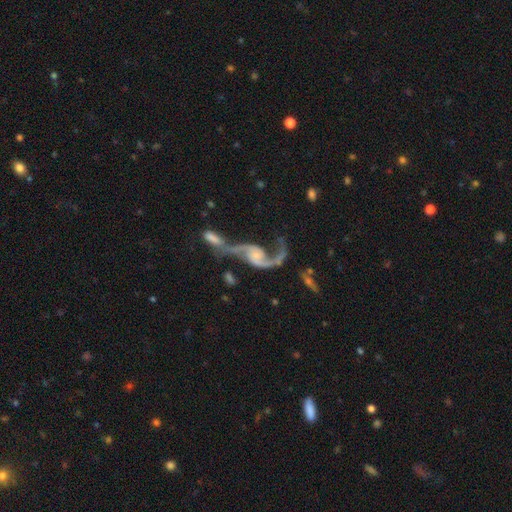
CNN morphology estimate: type=featured or disk (89%); edge-on=no (96%); bar=no (60%); spiral arms=yes (95%); winding=loose (76%); arm count=2 (88%); bulge=small (49%); merging=merger (49%).